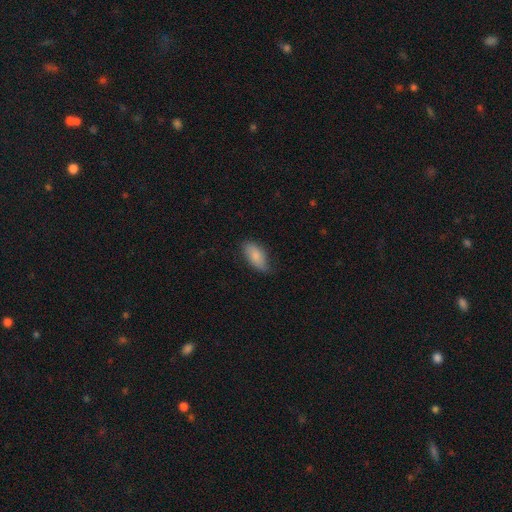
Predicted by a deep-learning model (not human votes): smooth_or_featured: smooth (p=0.81) [alt: featured or disk p=0.13]
how_rounded: in between (p=0.90) [alt: cigar-shaped p=0.07]
merging: none (p=0.66) [alt: minor disturbance p=0.27]